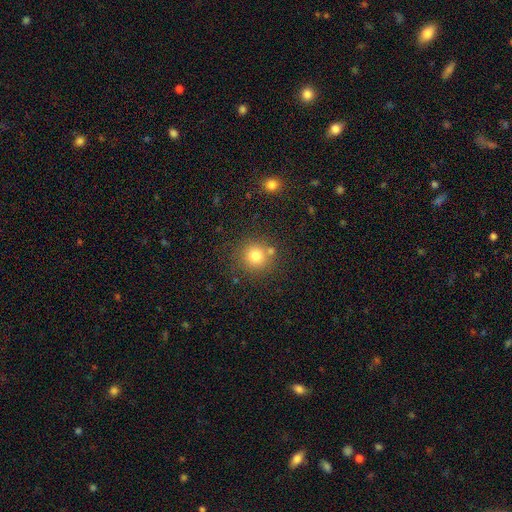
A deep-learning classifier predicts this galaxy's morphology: Smooth or featured: smooth — 78% (star or artifact — 14%)
How rounded: round — 92% (in between — 7%)
Merging: none — 75% (merger — 11%)